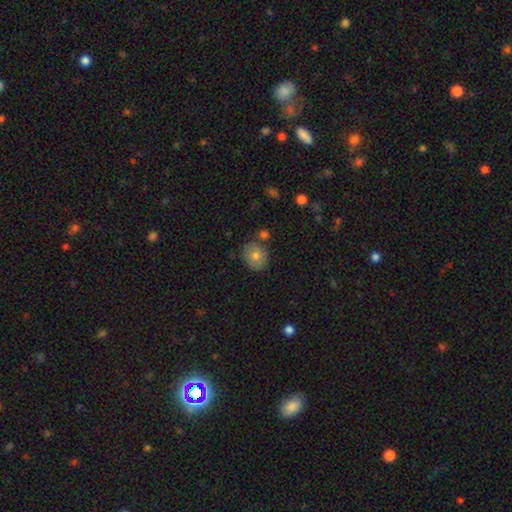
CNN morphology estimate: Overall: smooth (74%). How rounded: round (70%). Merging: none (75%).